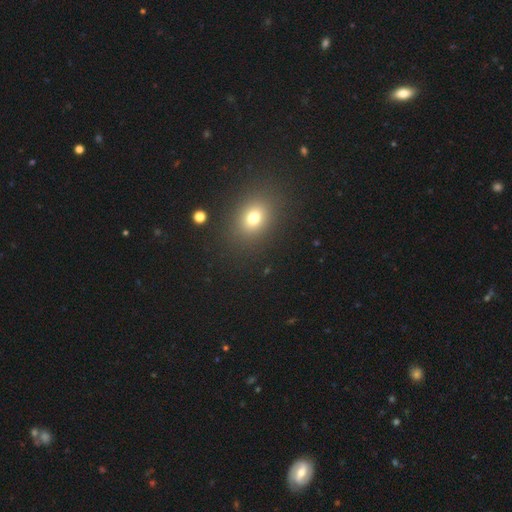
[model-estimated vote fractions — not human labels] This is likely a smooth galaxy (65%). How rounded: possibly round (50%). Merging: clearly none (90%).